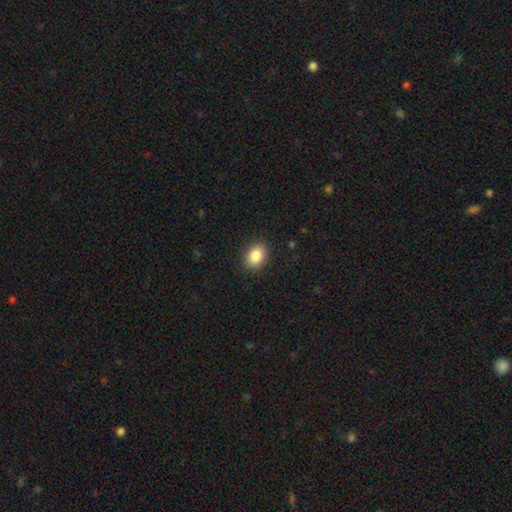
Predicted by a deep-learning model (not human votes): The model was most divided on "how rounded": in between: 71%, round: 28%, cigar-shaped: 1%. More confident: merging — none (89%); smooth or featured — smooth (88%).